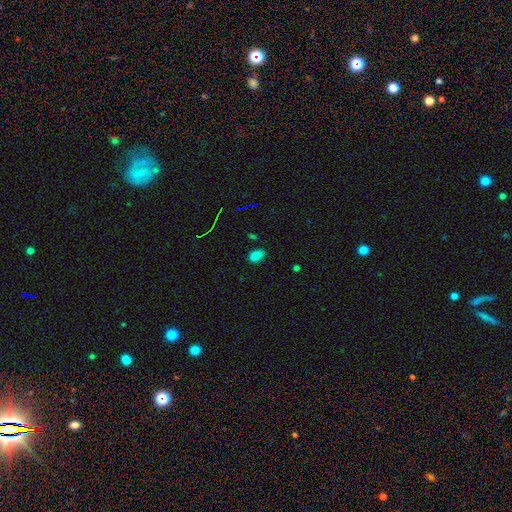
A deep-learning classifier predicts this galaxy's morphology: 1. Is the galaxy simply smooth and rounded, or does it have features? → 76% smooth, 19% star or artifact, 5% featured or disk.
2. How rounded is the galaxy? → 85% in between, 14% round, 1% cigar-shaped.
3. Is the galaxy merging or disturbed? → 73% none, 21% minor disturbance, 4% major disturbance, 2% merger.